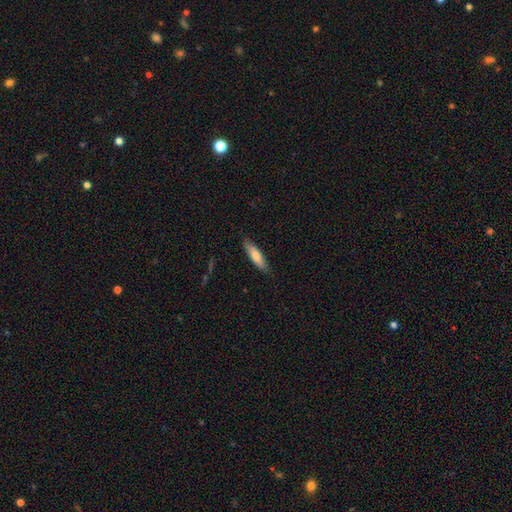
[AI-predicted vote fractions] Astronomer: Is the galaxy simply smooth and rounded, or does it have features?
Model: smooth — 72%.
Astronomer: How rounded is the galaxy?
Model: cigar-shaped — 66%.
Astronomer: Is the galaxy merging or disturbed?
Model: none — 85%.